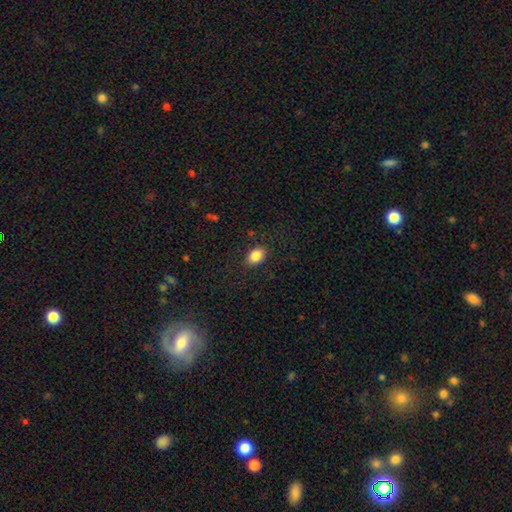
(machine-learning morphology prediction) The model was most divided on "how rounded": in between: 78%, round: 20%, cigar-shaped: 1%. More confident: smooth or featured — smooth (86%); merging — none (85%).